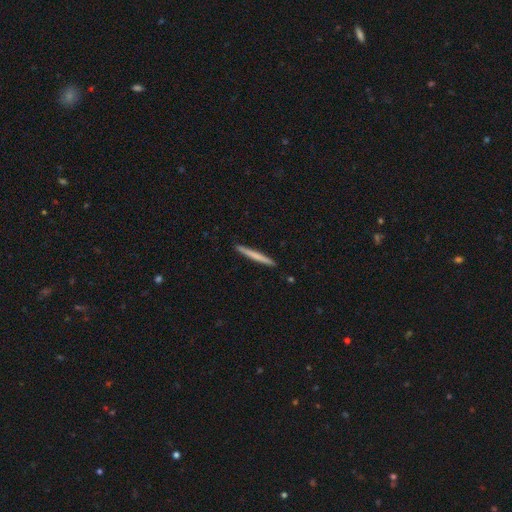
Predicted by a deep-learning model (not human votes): This appears to be a smooth galaxy with no disk features (65%) that is cigar-shaped (97%). Merging: none (93%).